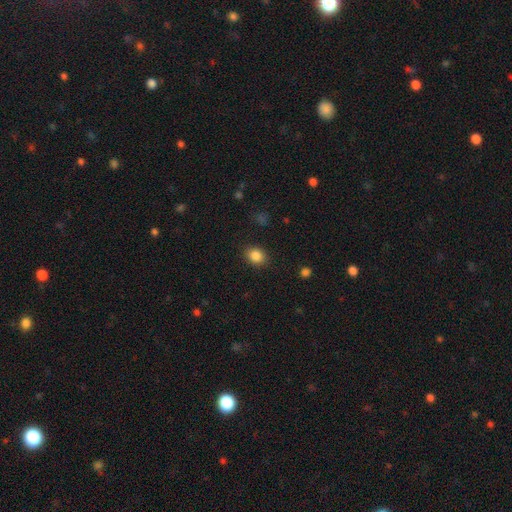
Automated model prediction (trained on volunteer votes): A smooth galaxy with no disk features (86%) that is round (50%). Merging: none (87%).